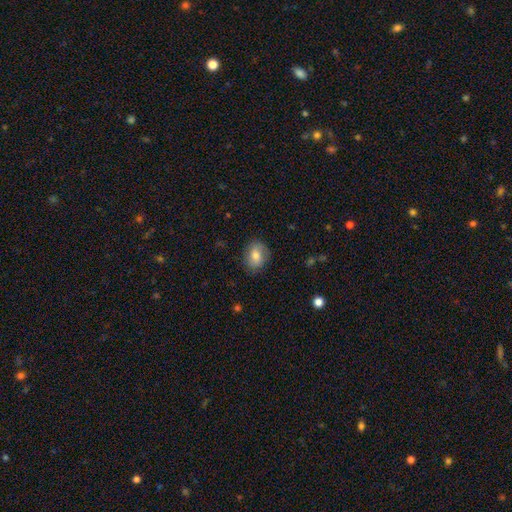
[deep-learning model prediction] This appears to be a smooth galaxy with no disk features (68%) that is in between round and cigar-shaped (57%). Merging: none (79%).